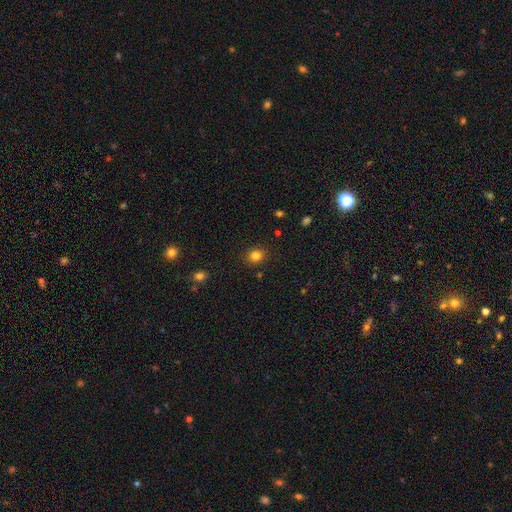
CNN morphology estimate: smooth-or-featured: smooth: 82% | star or artifact: 13% | featured or disk: 5%
  how-rounded: round: 73% | in between: 26% | cigar-shaped: 1%
  merging: none: 89% | minor disturbance: 8% | major disturbance: 2% | merger: 1%